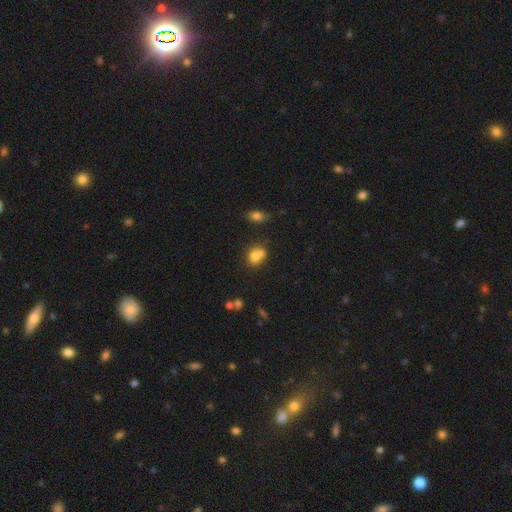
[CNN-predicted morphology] smooth-or-featured: smooth: 75% | featured or disk: 14% | star or artifact: 12%
  how-rounded: round: 65% | in between: 34% | cigar-shaped: 1%
  merging: merger: 45% | none: 39% | minor disturbance: 12% | major disturbance: 4%